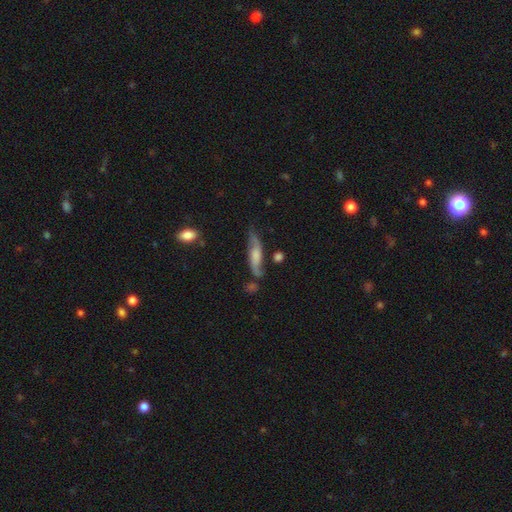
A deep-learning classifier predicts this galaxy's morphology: Smooth or featured?
  - featured or disk: 57% *
  - smooth: 36%
  - star or artifact: 7%
Edge-on disk?
  - no: 64% *
  - yes: 36%
Merging?
  - none: 63% *
  - minor disturbance: 23%
  - major disturbance: 8%
  - merger: 6%